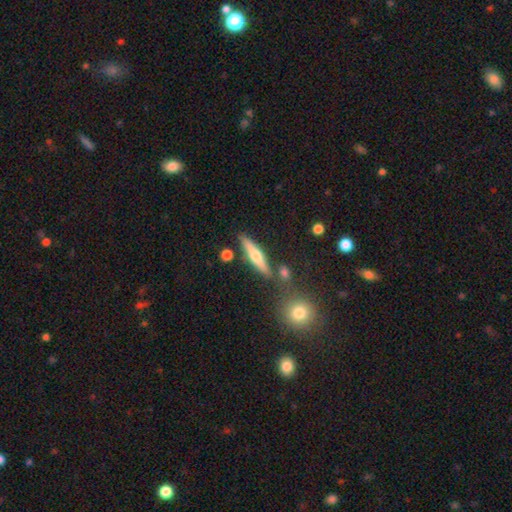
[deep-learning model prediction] Overall: featured or disk (55%; smooth 37%). Edge-on disk: yes (94%). Edge-on bulge: rounded (90%). Merging: none (79%).